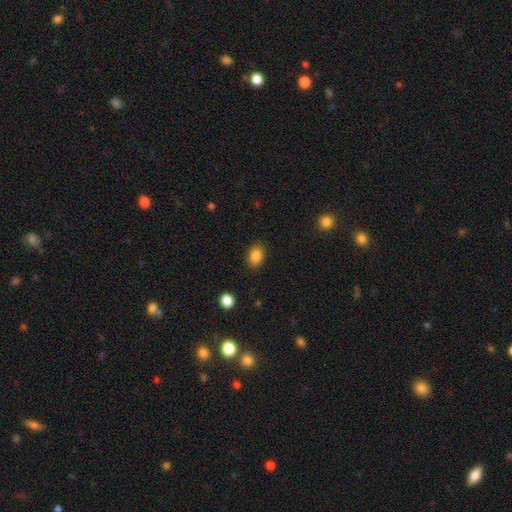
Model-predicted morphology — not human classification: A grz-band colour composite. It shows a smooth galaxy with no disk features (86%) that is in between round and cigar-shaped (71%). Merging: none (86%).